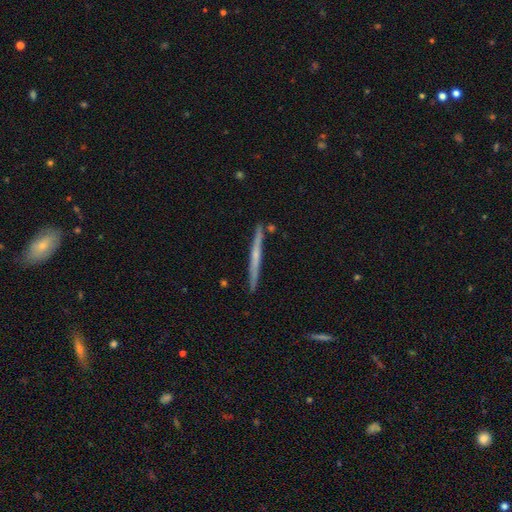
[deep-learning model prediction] Q: Smooth or featured?
A: featured or disk (60%); runner-up: smooth (35%)
Q: Edge-on disk?
A: yes (98%); runner-up: no (2%)
Q: Edge-on bulge?
A: none (63%); runner-up: rounded (30%)
Q: Merging?
A: none (89%); runner-up: minor disturbance (7%)